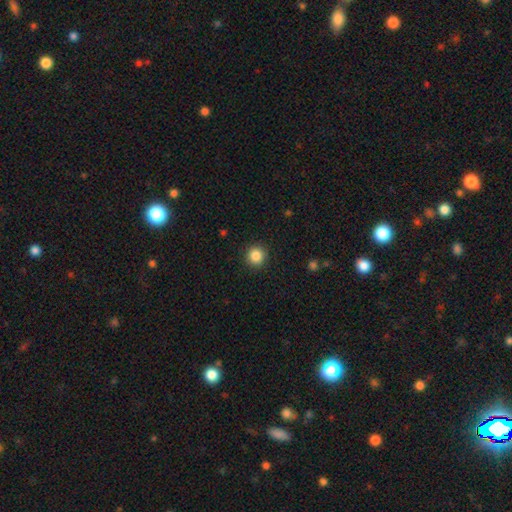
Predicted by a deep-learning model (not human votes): The model was most divided on "smooth or featured": smooth: 86%, star or artifact: 10%, featured or disk: 4%. More confident: how rounded — round (94%); merging — none (92%).